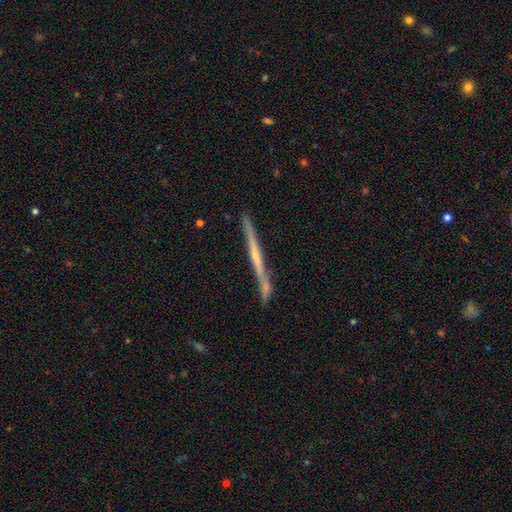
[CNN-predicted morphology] A featured or disk galaxy (70%) viewed edge-on (98%) with no central bulge (64%). Merging: none (85%).